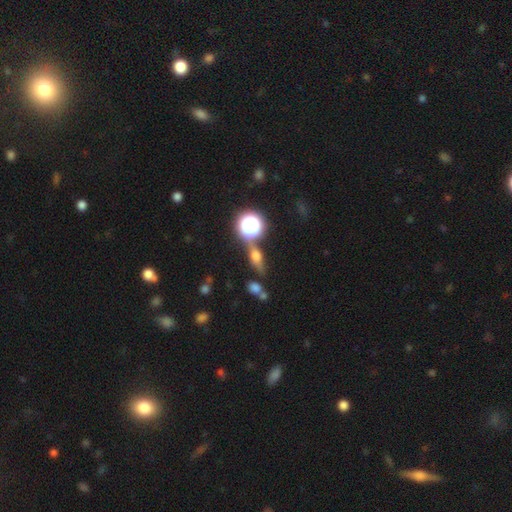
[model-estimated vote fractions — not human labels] smooth_or_featured: smooth (p=0.40) [alt: featured or disk p=0.37]
merging: none (p=0.69) [alt: minor disturbance p=0.13]